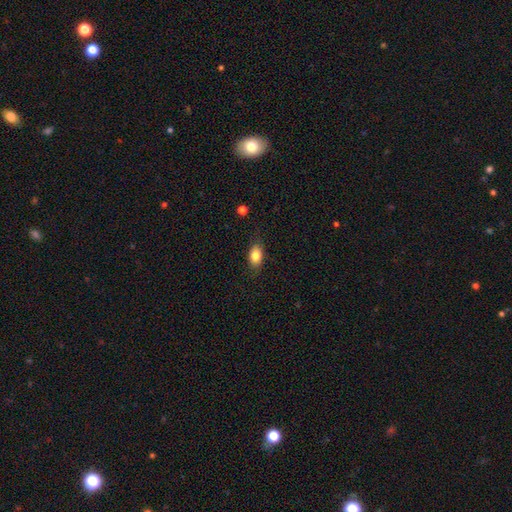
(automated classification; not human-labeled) A smooth galaxy with no disk features (83%) that is in between round and cigar-shaped (85%).

Vote fractions:
- Smooth or featured? smooth: 83% / featured or disk: 9% / star or artifact: 8%
- How rounded? in between: 85% / round: 13% / cigar-shaped: 2%
- Merging? none: 84% / minor disturbance: 12% / major disturbance: 3% / merger: 1%